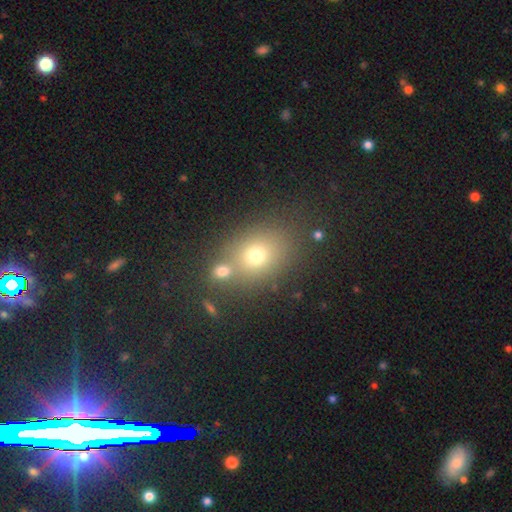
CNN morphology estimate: smooth_or_featured: smooth (p=0.70) [alt: star or artifact p=0.17]
how_rounded: in between (p=0.50) [alt: round p=0.49]
merging: none (p=0.62) [alt: merger p=0.22]